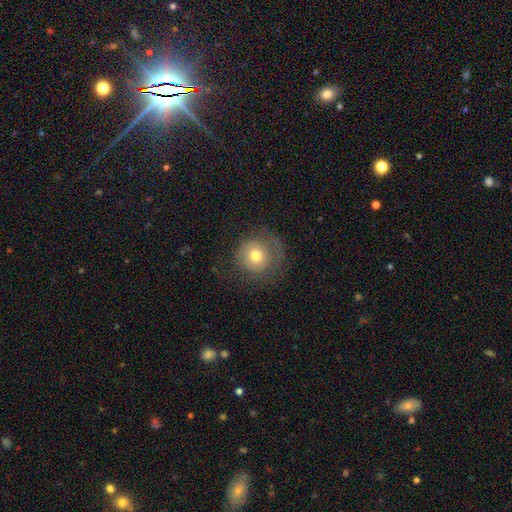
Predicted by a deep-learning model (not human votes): Smooth or featured?
  - smooth: 63% *
  - featured or disk: 27%
  - star or artifact: 10%
How rounded?
  - round: 92% *
  - in between: 7%
  - cigar-shaped: 1%
Merging?
  - none: 64% *
  - minor disturbance: 18%
  - major disturbance: 17%
  - merger: 1%